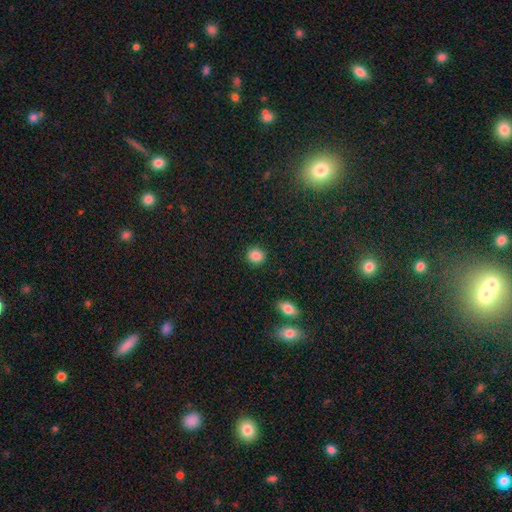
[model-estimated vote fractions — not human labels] Morphology: type=smooth (87%); roundness=round (84%); merging=none (91%).